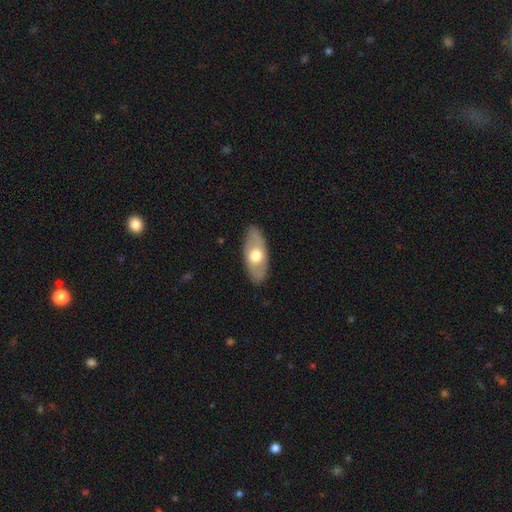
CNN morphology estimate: This is possibly a smooth galaxy (56%). How rounded: clearly in between (87%). Merging: clearly none (86%).